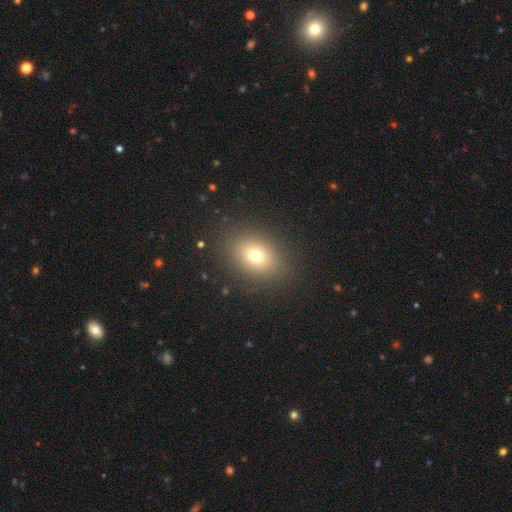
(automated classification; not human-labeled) Smooth or featured? smooth (72%)
How rounded? in between (60%)
Merging? none (87%)